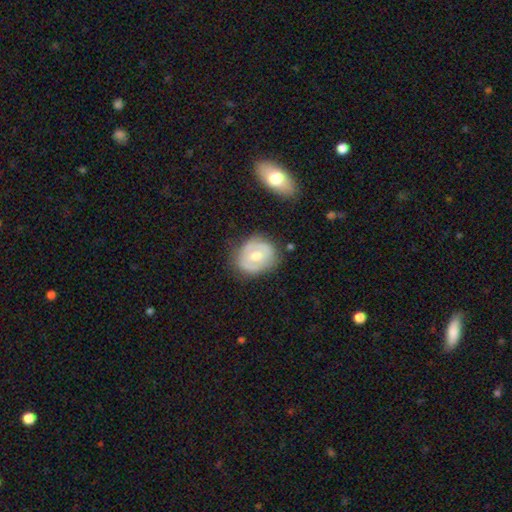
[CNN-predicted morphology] smooth-or-featured: featured or disk: 49% | smooth: 44% | star or artifact: 6%
  merging: none: 70% | minor disturbance: 21% | major disturbance: 6% | merger: 3%